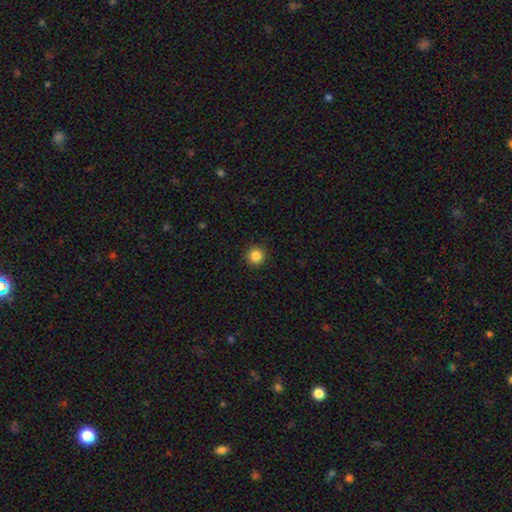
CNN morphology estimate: The model was most divided on "smooth or featured": smooth: 85%, star or artifact: 11%, featured or disk: 4%. More confident: how rounded — round (95%); merging — none (92%).